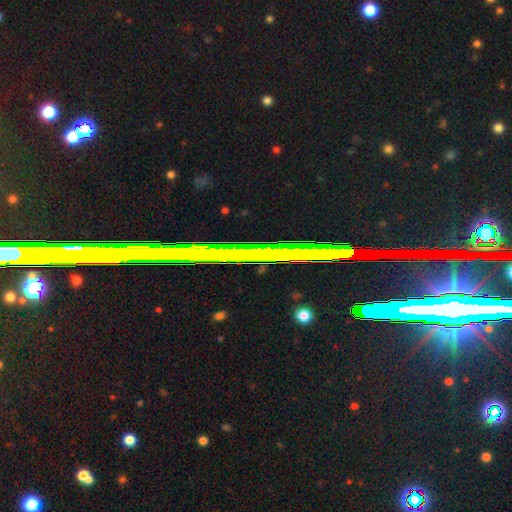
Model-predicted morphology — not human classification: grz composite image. It shows a star or artifact, not a galaxy (72%).